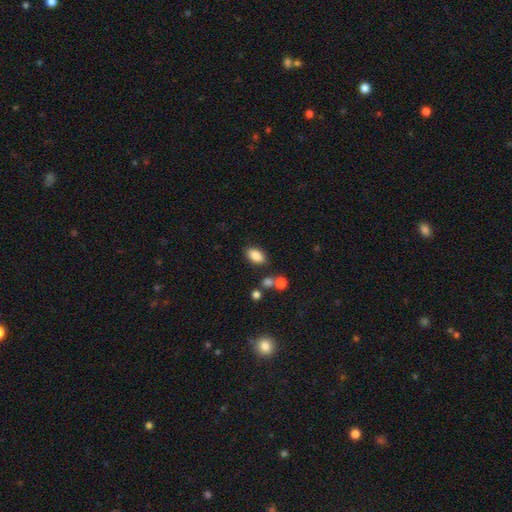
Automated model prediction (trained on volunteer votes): smooth_or_featured: smooth (p=0.86) [alt: star or artifact p=0.09]
how_rounded: in between (p=0.90) [alt: round p=0.07]
merging: none (p=0.79) [alt: minor disturbance p=0.11]